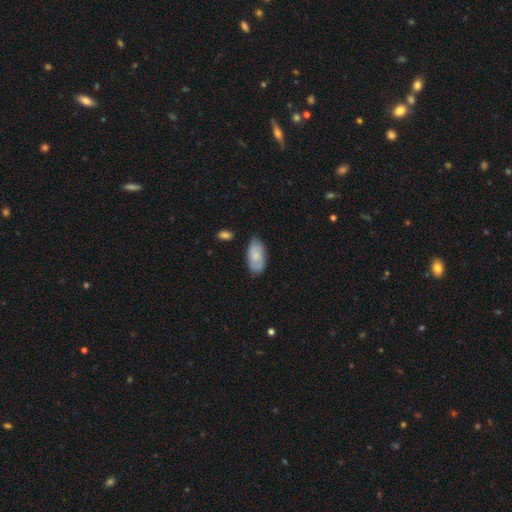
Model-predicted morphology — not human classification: A smooth galaxy with no disk features (68%) that is in between round and cigar-shaped (93%). Merging: none (68%).